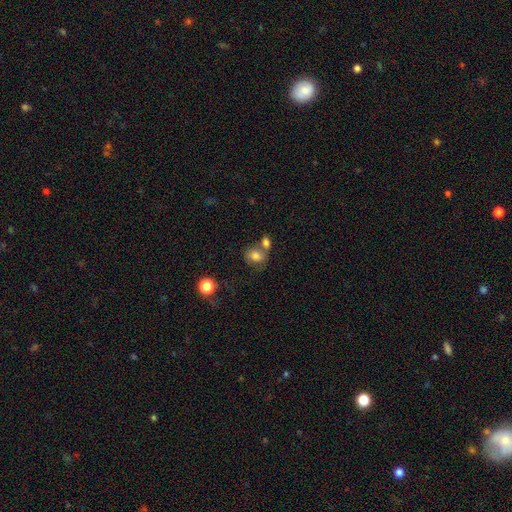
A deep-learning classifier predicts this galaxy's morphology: This is likely a smooth galaxy (76%). How rounded: possibly round (56%). Merging: marginally none (43%).